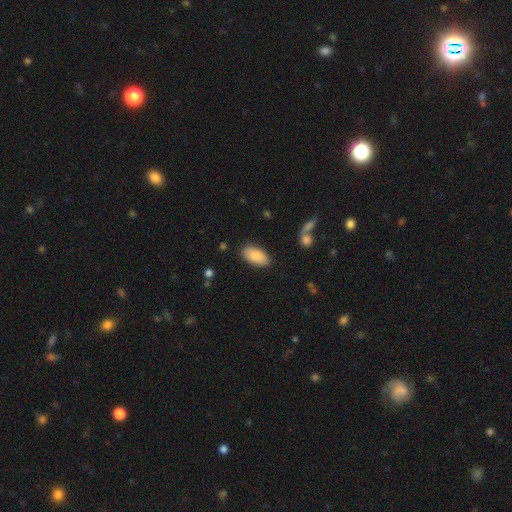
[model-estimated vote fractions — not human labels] A smooth galaxy with no disk features (87%) that is in between round and cigar-shaped (94%). Merging: none (85%).